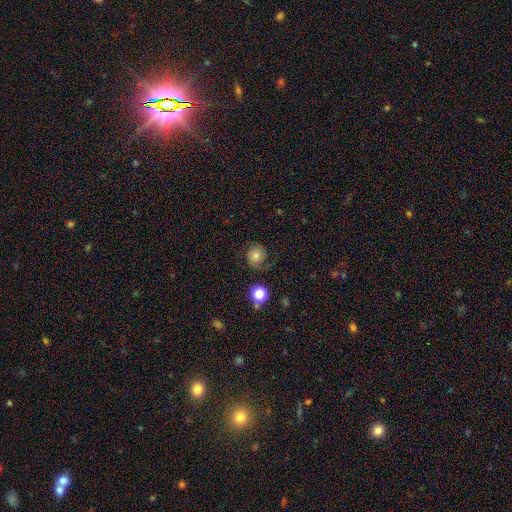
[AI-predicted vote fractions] The model was most divided on "merging": none: 71%, minor disturbance: 18%, major disturbance: 8%, merger: 2%. More confident: how rounded — round (85%); smooth or featured — smooth (76%).